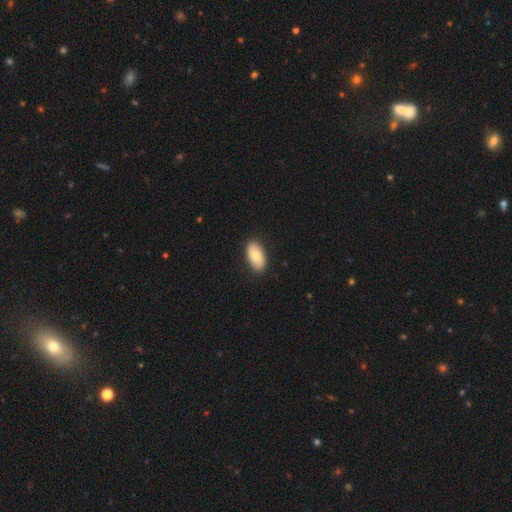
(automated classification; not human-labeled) Smooth or featured: smooth — 75% (featured or disk — 20%)
How rounded: in between — 94% (round — 4%)
Merging: none — 88% (minor disturbance — 9%)